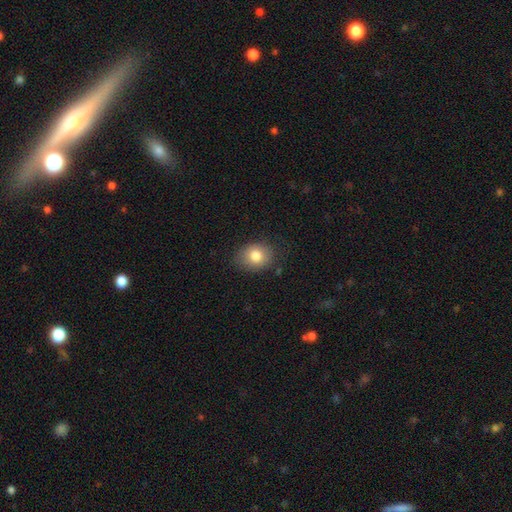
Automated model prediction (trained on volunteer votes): A smooth galaxy with no disk features (81%) that is round (52%). Merging: none (80%).